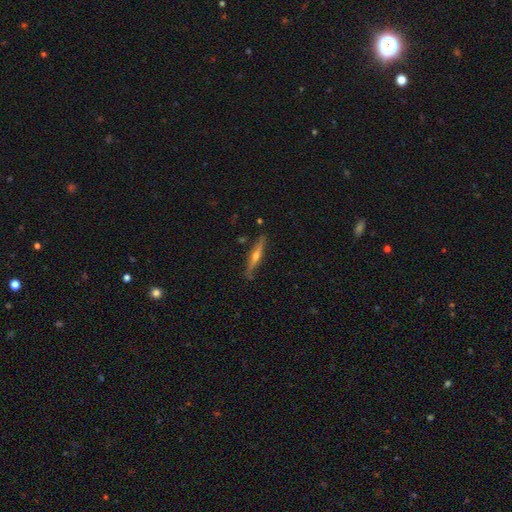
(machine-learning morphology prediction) Overall: featured or disk (69%). Edge-on disk: yes (96%). Edge-on bulge: rounded (87%). Merging: none (85%).